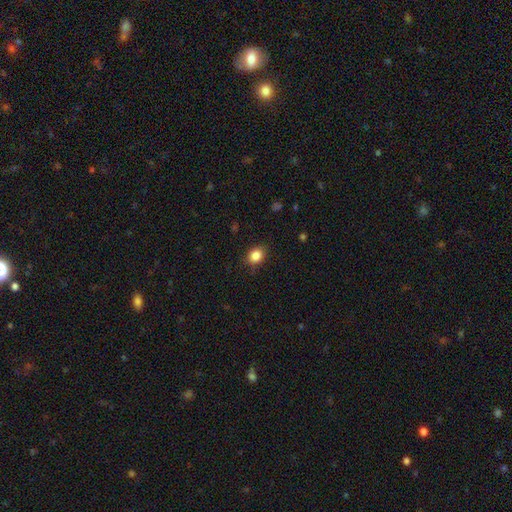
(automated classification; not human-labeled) This is clearly a smooth galaxy (85%). How rounded: possibly round (50%). Merging: clearly none (84%).